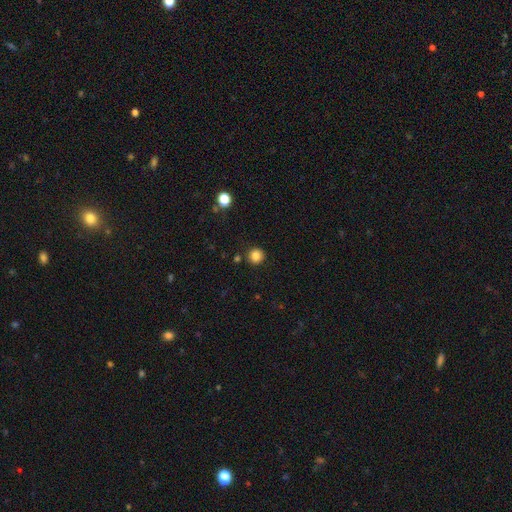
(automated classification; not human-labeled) smooth_or_featured: smooth (p=0.85) [alt: star or artifact p=0.12]
how_rounded: round (p=0.93) [alt: in between p=0.06]
merging: none (p=0.89) [alt: minor disturbance p=0.07]